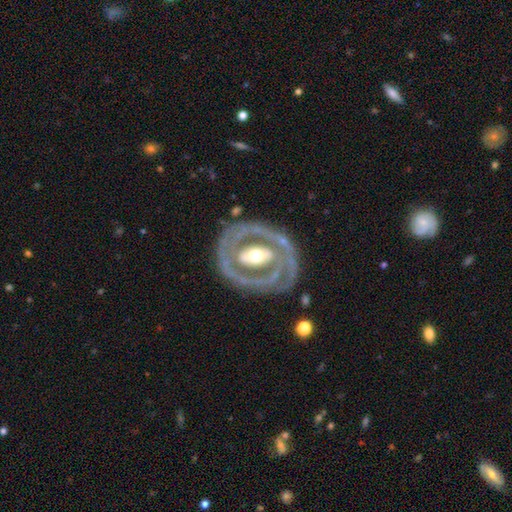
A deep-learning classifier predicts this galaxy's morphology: Q: Smooth or featured?
A: featured or disk (81%); runner-up: smooth (15%)
Q: Edge-on disk?
A: no (95%); runner-up: yes (5%)
Q: Bar?
A: no (37%); runner-up: strong (36%)
Q: Spiral arms?
A: yes (55%); runner-up: no (45%)
Q: Bulge size?
A: moderate (66%); runner-up: large (16%)
Q: Merging?
A: none (73%); runner-up: minor disturbance (16%)